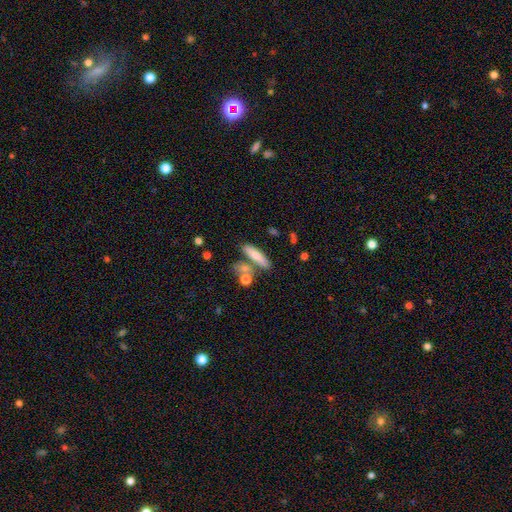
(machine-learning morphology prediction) Smooth or featured?
  - smooth: 71% *
  - featured or disk: 22%
  - star or artifact: 7%
How rounded?
  - cigar-shaped: 68% *
  - in between: 28%
  - round: 4%
Merging?
  - none: 64% *
  - merger: 18%
  - minor disturbance: 14%
  - major disturbance: 5%